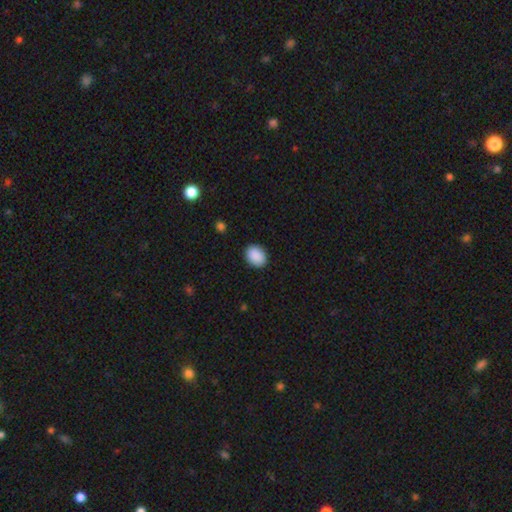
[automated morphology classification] A smooth galaxy with no disk features (90%) that is in between round and cigar-shaped (61%).

Vote fractions:
- Smooth or featured? smooth: 90% / star or artifact: 7% / featured or disk: 3%
- How rounded? in between: 61% / round: 38% / cigar-shaped: 1%
- Merging? none: 89% / minor disturbance: 8% / major disturbance: 2% / merger: 1%